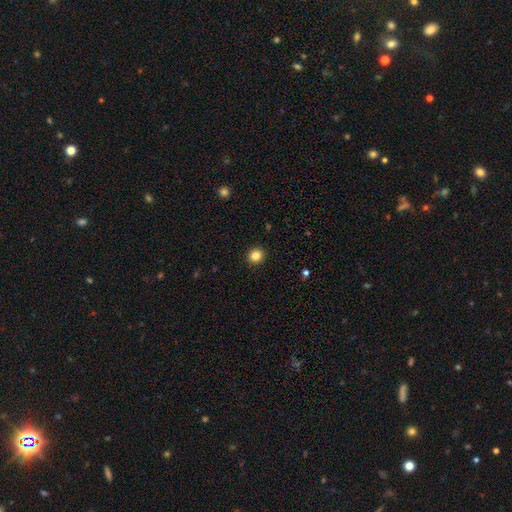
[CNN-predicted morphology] Smooth or featured: smooth — 84% (star or artifact — 11%)
How rounded: round — 90% (in between — 9%)
Merging: none — 93% (minor disturbance — 5%)